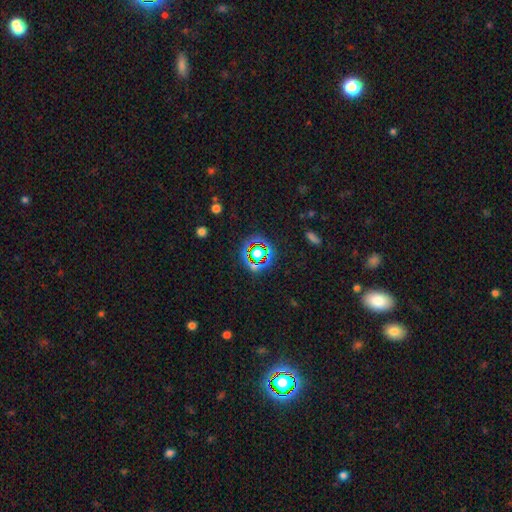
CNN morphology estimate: Smooth or featured? star or artifact (65%)